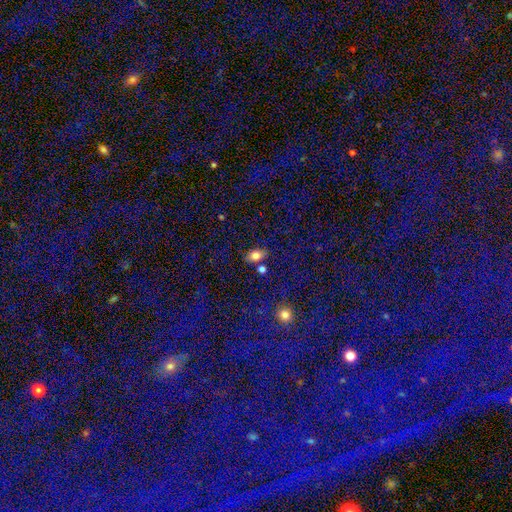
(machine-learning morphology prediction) smooth_or_featured: smooth (p=0.80) [alt: featured or disk p=0.11]
how_rounded: in between (p=0.87) [alt: round p=0.11]
merging: none (p=0.77) [alt: minor disturbance p=0.13]